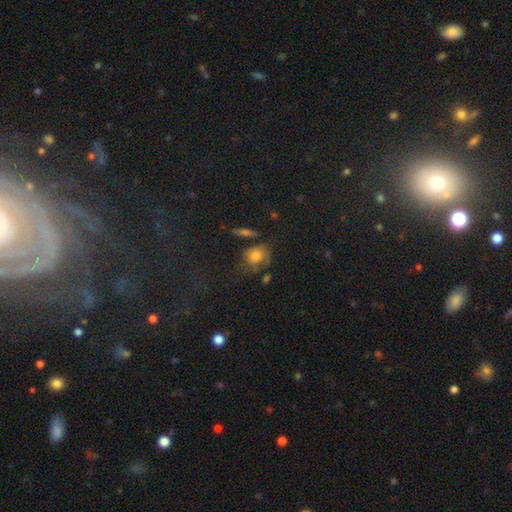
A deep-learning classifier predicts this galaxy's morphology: Smooth or featured? smooth (74%)
How rounded? round (54%)
Merging? none (56%)